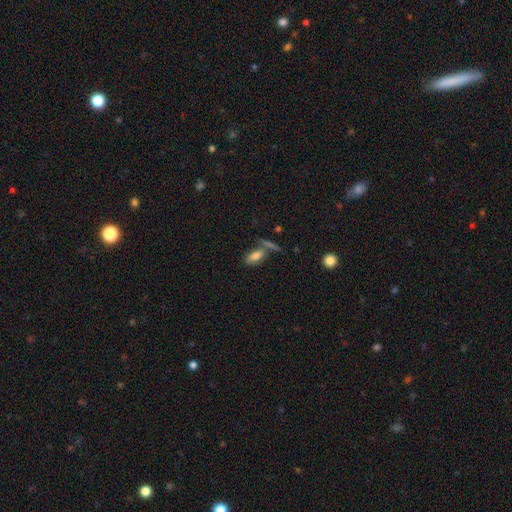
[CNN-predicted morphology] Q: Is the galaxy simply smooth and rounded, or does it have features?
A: smooth — 72%.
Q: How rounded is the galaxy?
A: in between — 79%.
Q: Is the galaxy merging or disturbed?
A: none — 55%.